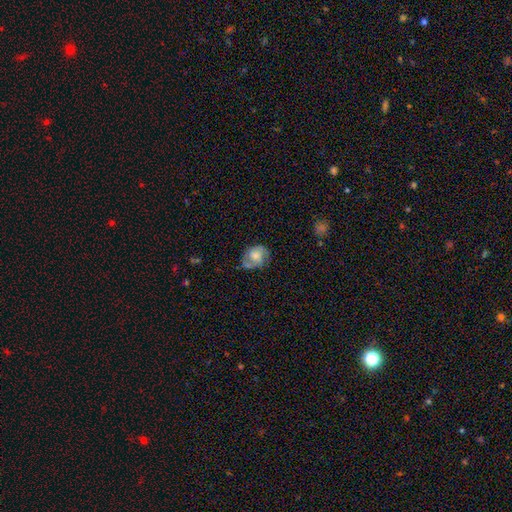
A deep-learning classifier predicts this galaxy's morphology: A featured or disk galaxy (52%) with no bar (66%), spiral arms (81%) and a moderate central bulge (46%).

Vote fractions:
- Smooth or featured? featured or disk: 52% / smooth: 40% / star or artifact: 8%
- Edge-on disk? no: 97% / yes: 3%
- Bar? no: 66% / weak: 29% / strong: 5%
- Spiral arms? yes: 81% / no: 19%
- Bulge size? moderate: 46% / small: 29% / large: 14% / none: 9% / dominant: 2%
- Merging? none: 58% / minor disturbance: 27% / major disturbance: 11% / merger: 4%